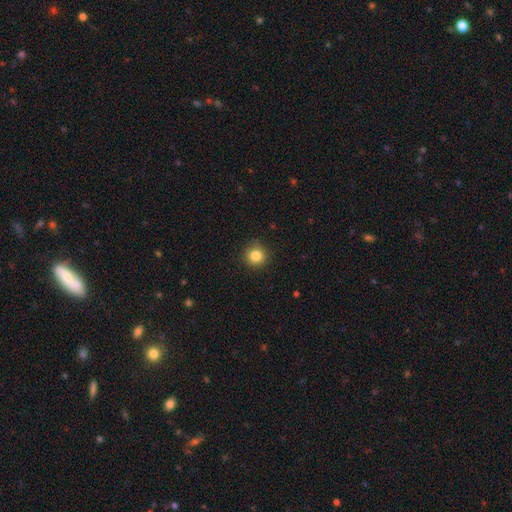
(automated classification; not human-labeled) Morphology: type=smooth (84%); roundness=round (93%); merging=none (89%).